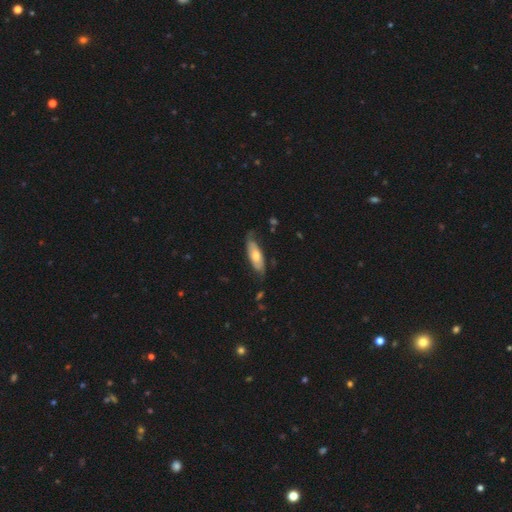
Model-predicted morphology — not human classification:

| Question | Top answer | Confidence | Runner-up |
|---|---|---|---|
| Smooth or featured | smooth | 55% | featured or disk (40%) |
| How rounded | in between | 63% | cigar-shaped (35%) |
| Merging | none | 68% | minor disturbance (24%) |